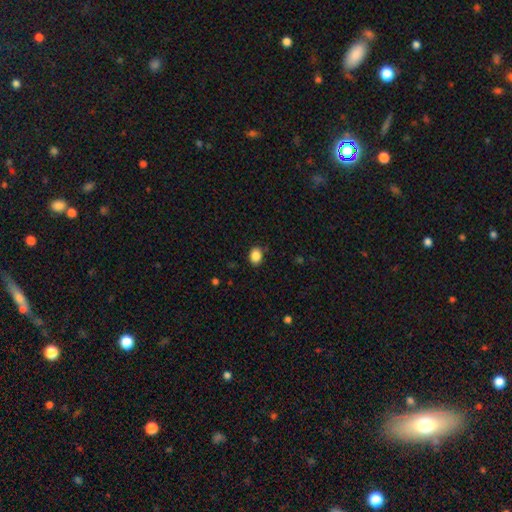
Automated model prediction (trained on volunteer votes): Smooth or featured: smooth — 88% (star or artifact — 9%)
How rounded: in between — 63% (round — 36%)
Merging: none — 84% (minor disturbance — 12%)